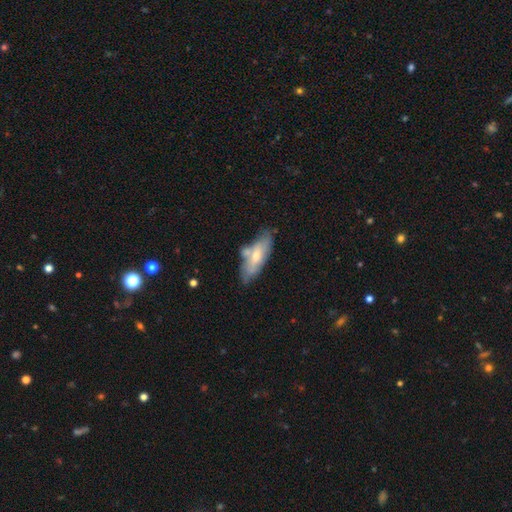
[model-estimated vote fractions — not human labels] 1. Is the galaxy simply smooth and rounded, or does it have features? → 51% smooth, 43% featured or disk, 6% star or artifact.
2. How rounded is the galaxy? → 66% in between, 32% cigar-shaped, 3% round.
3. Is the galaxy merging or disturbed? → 52% none, 21% minor disturbance, 21% merger, 6% major disturbance.